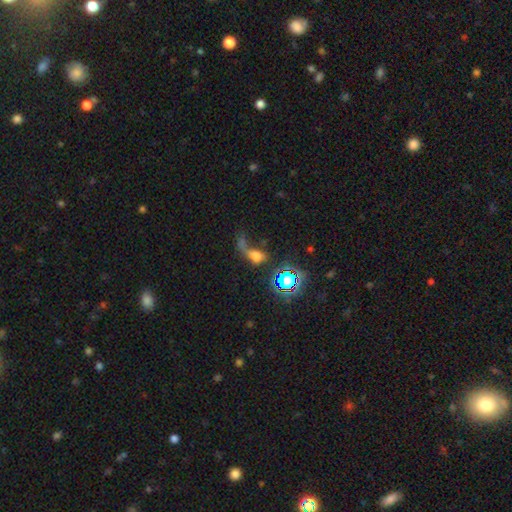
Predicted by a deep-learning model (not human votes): A smooth galaxy with no disk features (44%). Merging: major disturbance (38%).